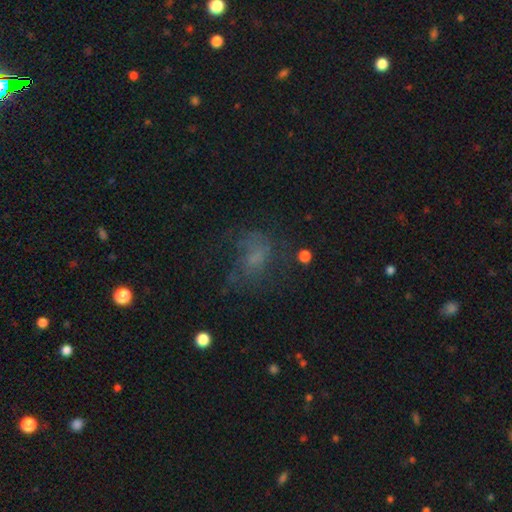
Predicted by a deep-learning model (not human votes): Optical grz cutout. It shows a smooth galaxy with no disk features (40%). Merging: none (45%).